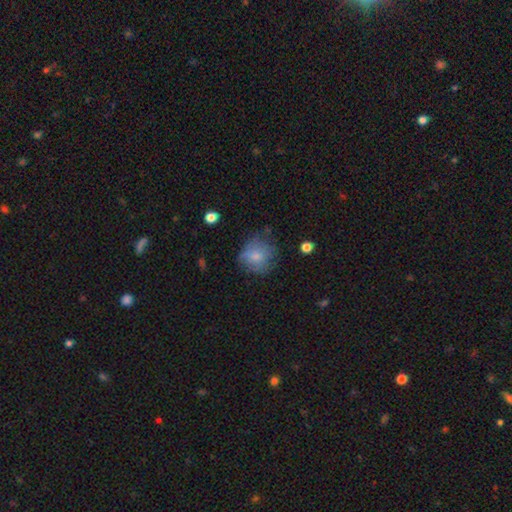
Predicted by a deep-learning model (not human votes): Smooth or featured? smooth (71%)
How rounded? round (80%)
Merging? none (57%)